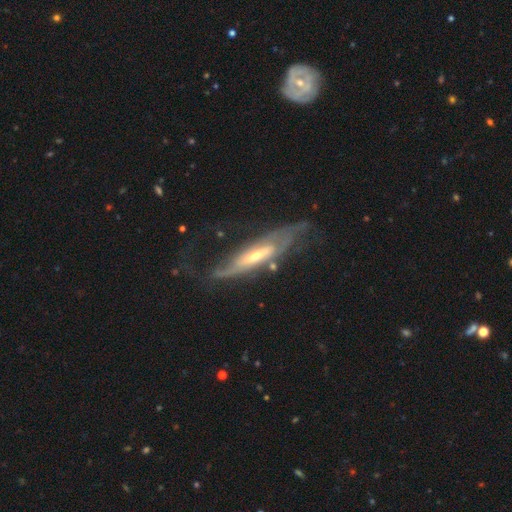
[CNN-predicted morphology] smooth-or-featured: featured or disk: 80% | smooth: 14% | star or artifact: 5%
  disk-edge-on: no: 60% | yes: 40%
  merging: none: 49% | minor disturbance: 24% | major disturbance: 24% | merger: 4%